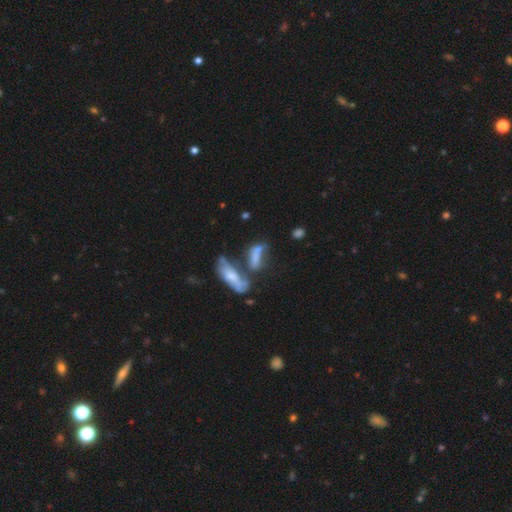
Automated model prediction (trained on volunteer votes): The model was most divided on "smooth or featured": smooth: 52%, featured or disk: 35%, star or artifact: 13%. Remaining: how rounded — in between (56%); merging — merger (50%).